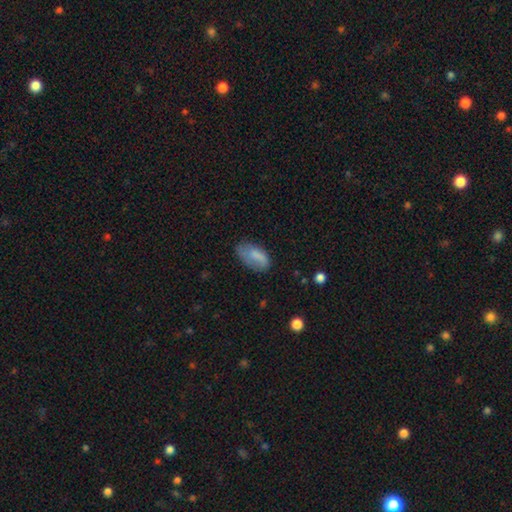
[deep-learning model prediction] A smooth galaxy with no disk features (77%) that is in between round and cigar-shaped (93%).

Vote fractions:
- Smooth or featured? smooth: 77% / featured or disk: 15% / star or artifact: 8%
- How rounded? in between: 93% / cigar-shaped: 4% / round: 3%
- Merging? none: 53% / minor disturbance: 31% / major disturbance: 13% / merger: 2%